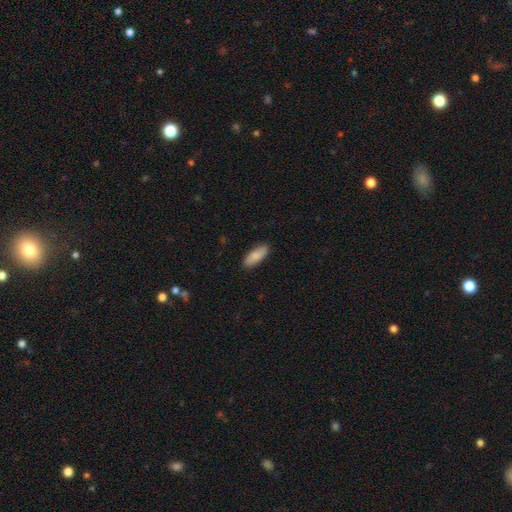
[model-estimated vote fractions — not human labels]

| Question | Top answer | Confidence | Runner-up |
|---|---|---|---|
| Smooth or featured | smooth | 85% | featured or disk (10%) |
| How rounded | in between | 70% | cigar-shaped (28%) |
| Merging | none | 89% | minor disturbance (9%) |